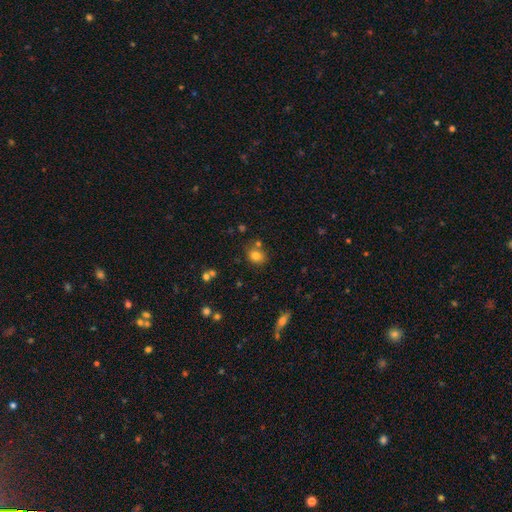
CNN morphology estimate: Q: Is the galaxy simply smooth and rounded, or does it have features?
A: smooth — 80%.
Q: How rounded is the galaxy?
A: round — 58%.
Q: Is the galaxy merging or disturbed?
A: none — 70%.